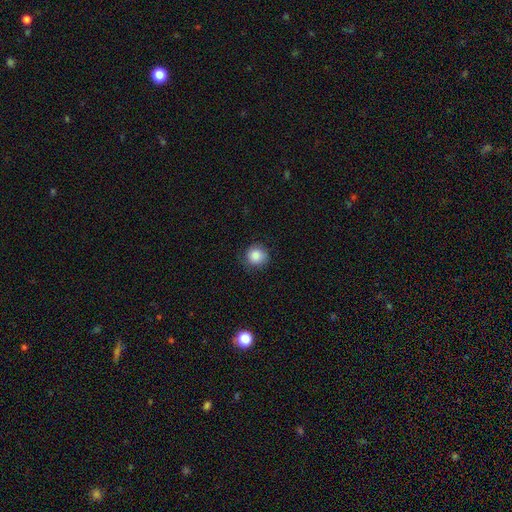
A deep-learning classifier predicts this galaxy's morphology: This appears to be a smooth galaxy with no disk features (85%) that is round (90%). Merging: none (80%).